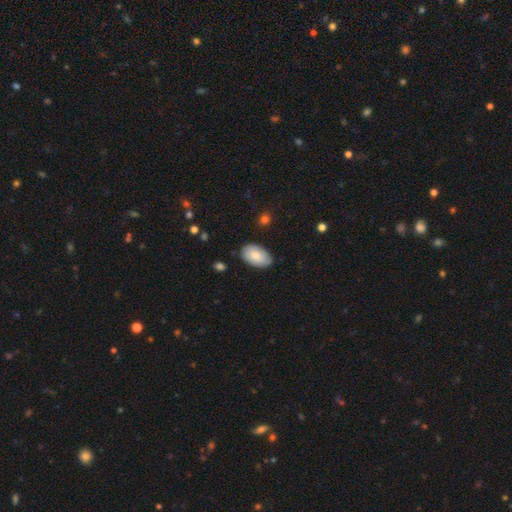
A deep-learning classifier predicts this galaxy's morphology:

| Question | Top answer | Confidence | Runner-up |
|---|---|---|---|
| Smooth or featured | smooth | 81% | featured or disk (13%) |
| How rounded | in between | 94% | round (5%) |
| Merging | none | 79% | minor disturbance (17%) |